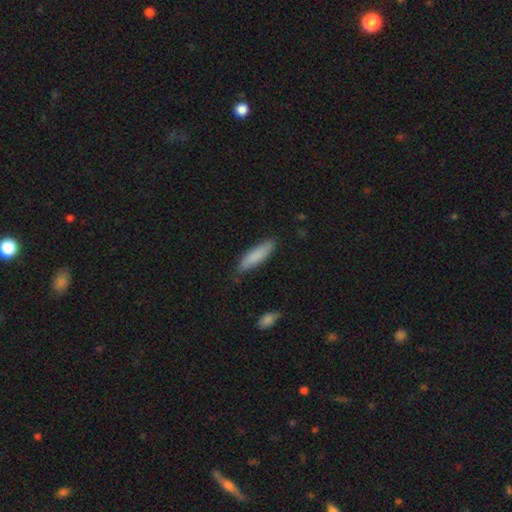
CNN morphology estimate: smooth 85%, featured or disk 9%, star or artifact 6%. Down the decision tree: how rounded — cigar-shaped (64%); merging — none (81%).